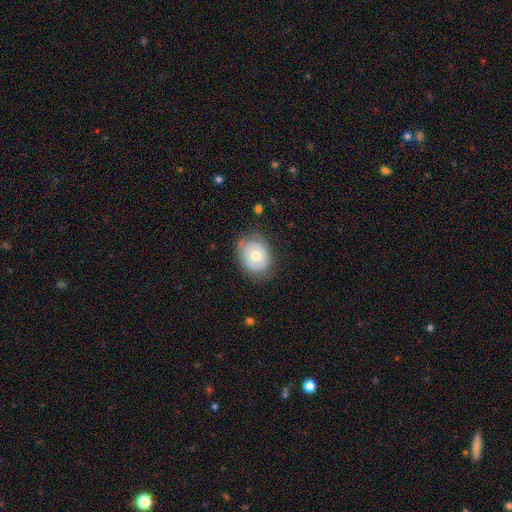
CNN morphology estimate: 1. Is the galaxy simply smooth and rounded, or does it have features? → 55% smooth, 38% featured or disk, 8% star or artifact.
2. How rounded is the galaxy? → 52% round, 47% in between, 1% cigar-shaped.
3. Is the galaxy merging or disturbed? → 70% none, 22% minor disturbance, 7% major disturbance, 1% merger.